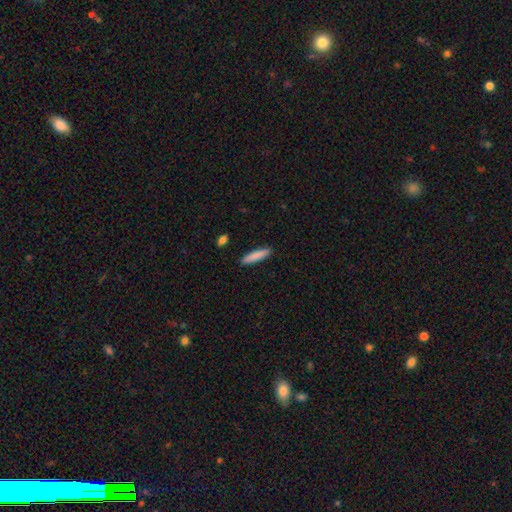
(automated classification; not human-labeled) Smooth or featured?
  - smooth: 85% *
  - featured or disk: 9%
  - star or artifact: 6%
How rounded?
  - cigar-shaped: 85% *
  - in between: 13%
  - round: 1%
Merging?
  - none: 91% *
  - minor disturbance: 6%
  - major disturbance: 2%
  - merger: 1%